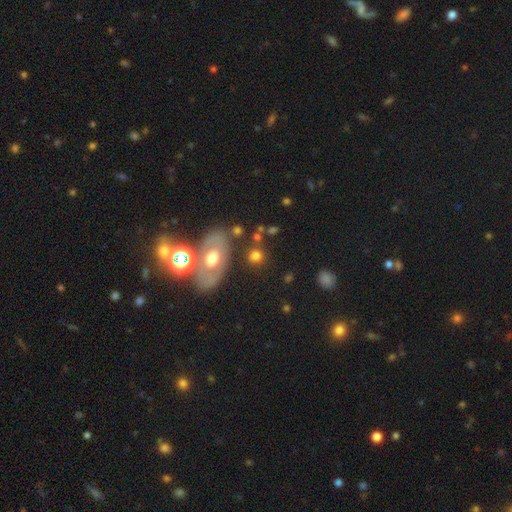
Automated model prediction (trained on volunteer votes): smooth_or_featured: smooth (p=0.71) [alt: featured or disk p=0.17]
how_rounded: round (p=0.74) [alt: in between p=0.24]
merging: none (p=0.71) [alt: minor disturbance p=0.12]